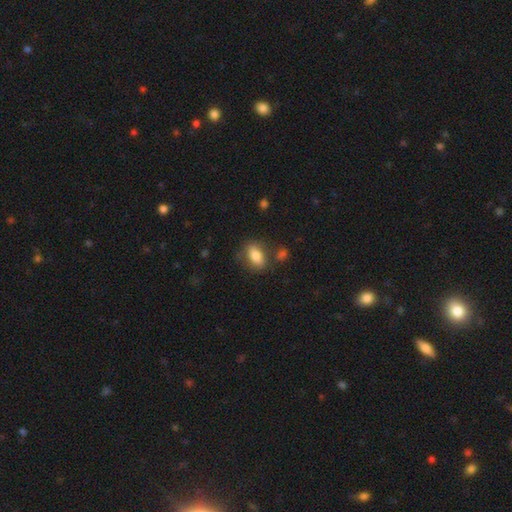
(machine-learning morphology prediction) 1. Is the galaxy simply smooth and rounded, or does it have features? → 78% smooth, 15% featured or disk, 8% star or artifact.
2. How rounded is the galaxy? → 85% in between, 9% round, 6% cigar-shaped.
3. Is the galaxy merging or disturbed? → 72% none, 16% minor disturbance, 7% merger, 6% major disturbance.